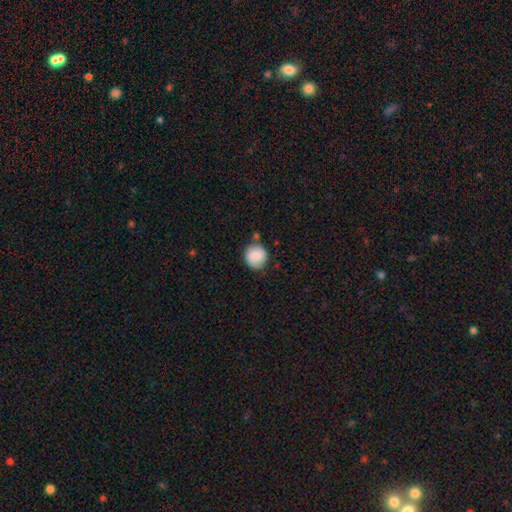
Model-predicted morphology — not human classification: Smooth or featured?
  - smooth: 80% *
  - featured or disk: 13%
  - star or artifact: 8%
How rounded?
  - round: 89% *
  - in between: 10%
  - cigar-shaped: 1%
Merging?
  - none: 76% *
  - minor disturbance: 15%
  - merger: 5%
  - major disturbance: 4%